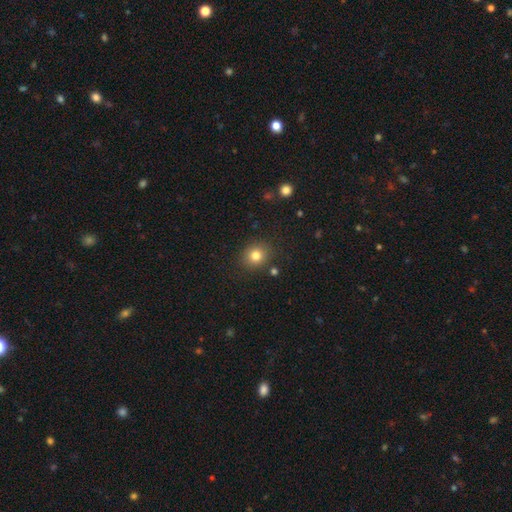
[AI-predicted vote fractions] Overall: smooth (80%). How rounded: round (80%). Merging: none (86%).